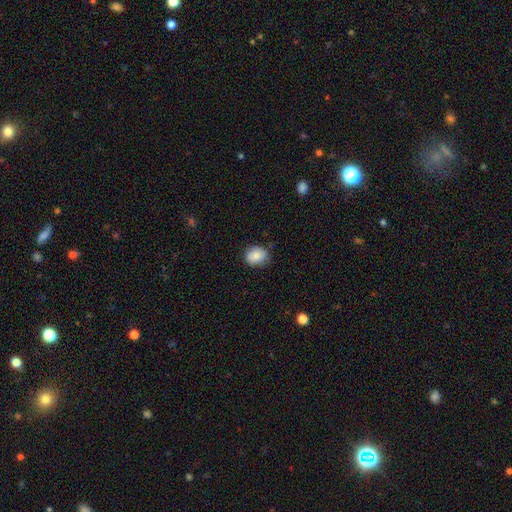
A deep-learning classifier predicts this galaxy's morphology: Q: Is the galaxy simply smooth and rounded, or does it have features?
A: smooth — 80%.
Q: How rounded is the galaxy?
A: round — 57%.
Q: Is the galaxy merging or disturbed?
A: none — 75%.